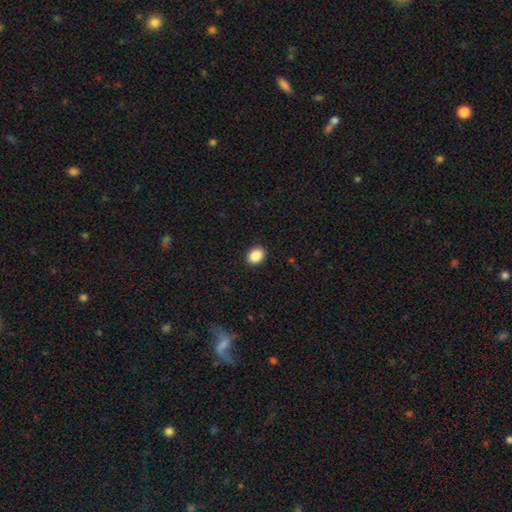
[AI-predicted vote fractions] Overall: smooth (88%). How rounded: in between (64%; round 35%). Merging: none (91%).